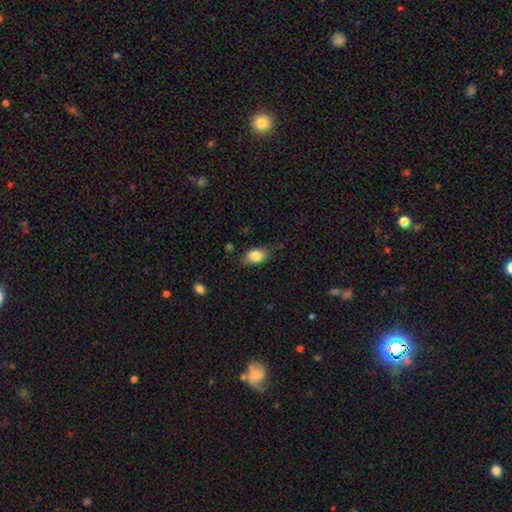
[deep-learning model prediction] Morphology: type=smooth (83%); roundness=in between (81%); merging=none (76%).